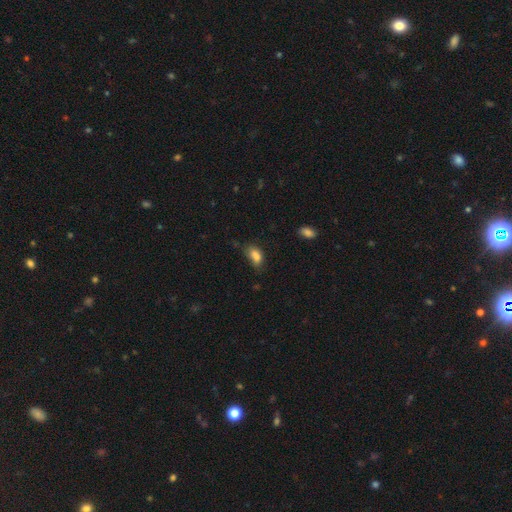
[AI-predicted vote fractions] smooth 82%, star or artifact 10%, featured or disk 8%. Down the decision tree: how rounded — in between (88%); merging — none (50%).